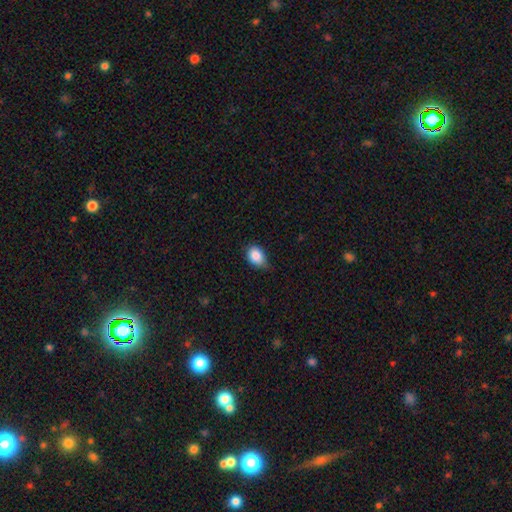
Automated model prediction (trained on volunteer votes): smooth 86%, star or artifact 8%, featured or disk 6%. Down the decision tree: how rounded — in between (71%); merging — none (65%).